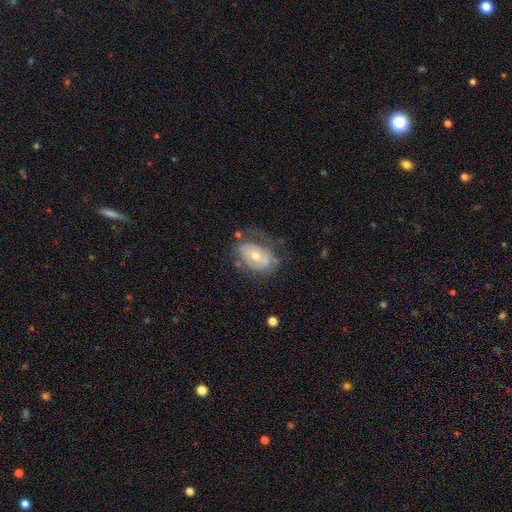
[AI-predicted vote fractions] A featured or disk galaxy (57%) with no bar (65%), no spiral arms (55%) and a moderate central bulge (64%).

Vote fractions:
- Smooth or featured? featured or disk: 57% / smooth: 36% / star or artifact: 7%
- Edge-on disk? no: 93% / yes: 7%
- Bar? no: 65% / weak: 26% / strong: 9%
- Spiral arms? no: 55% / yes: 45%
- Bulge size? moderate: 64% / small: 30% / large: 4% / none: 1% / dominant: 1%
- Merging? none: 46% / minor disturbance: 28% / major disturbance: 23% / merger: 4%